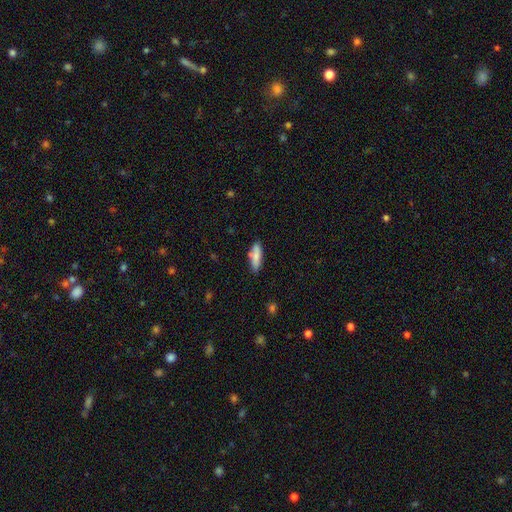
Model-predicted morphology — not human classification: smooth 80%, featured or disk 13%, star or artifact 6%. Down the decision tree: how rounded — cigar-shaped (51%); merging — none (73%).